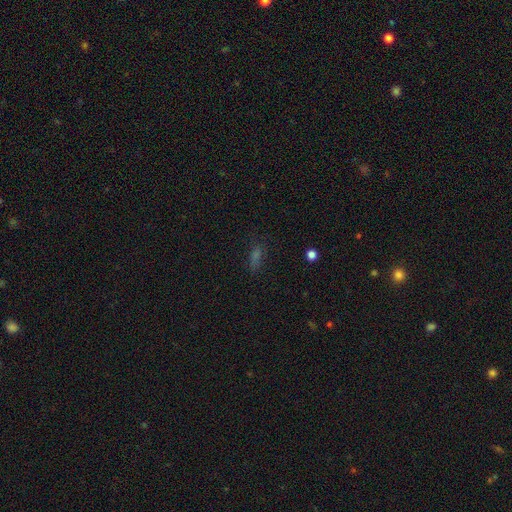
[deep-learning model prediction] This is possibly a smooth galaxy (55%). How rounded: likely in between (61%). Merging: likely none (72%).